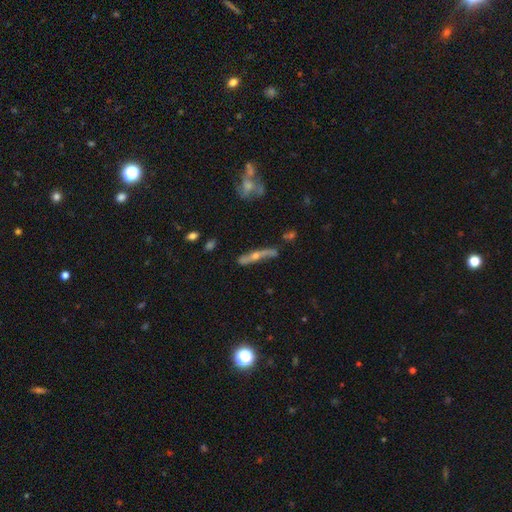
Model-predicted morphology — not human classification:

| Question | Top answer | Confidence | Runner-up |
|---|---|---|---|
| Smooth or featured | featured or disk | 69% | smooth (21%) |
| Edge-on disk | yes | 78% | no (22%) |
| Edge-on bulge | rounded | 88% | none (8%) |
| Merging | none | 64% | minor disturbance (21%) |